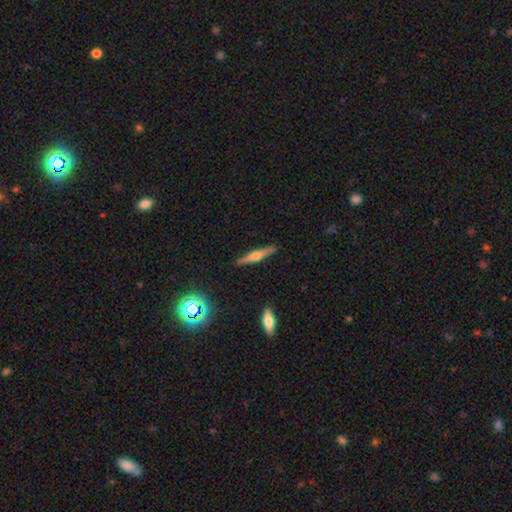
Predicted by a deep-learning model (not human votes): Smooth or featured?
  - featured or disk: 66% *
  - smooth: 28%
  - star or artifact: 7%
Edge-on disk?
  - yes: 98% *
  - no: 2%
Edge-on bulge?
  - rounded: 84% *
  - boxy: 10%
  - none: 5%
Merging?
  - none: 90% *
  - minor disturbance: 7%
  - major disturbance: 2%
  - merger: 1%